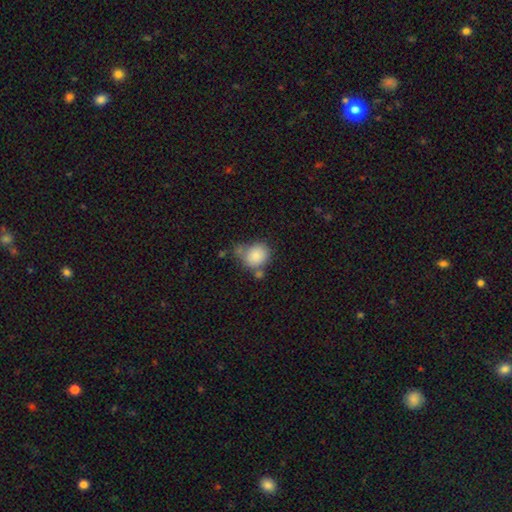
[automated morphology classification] This appears to be a smooth galaxy with no disk features (83%) that is round (66%). Merging: none (47%).